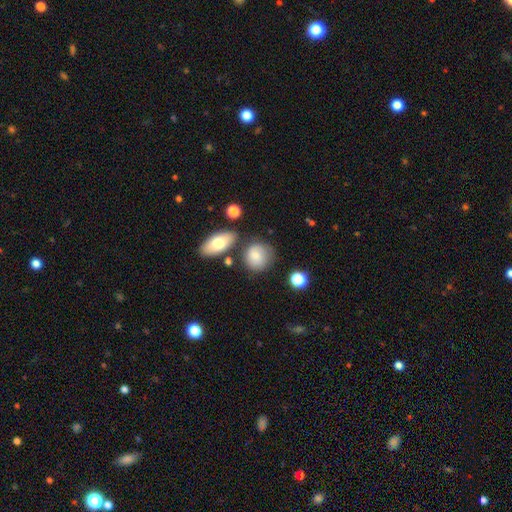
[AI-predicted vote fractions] Smooth or featured?
  - smooth: 76% *
  - featured or disk: 16%
  - star or artifact: 8%
How rounded?
  - round: 79% *
  - in between: 20%
  - cigar-shaped: 1%
Merging?
  - none: 68% *
  - minor disturbance: 19%
  - merger: 7%
  - major disturbance: 6%